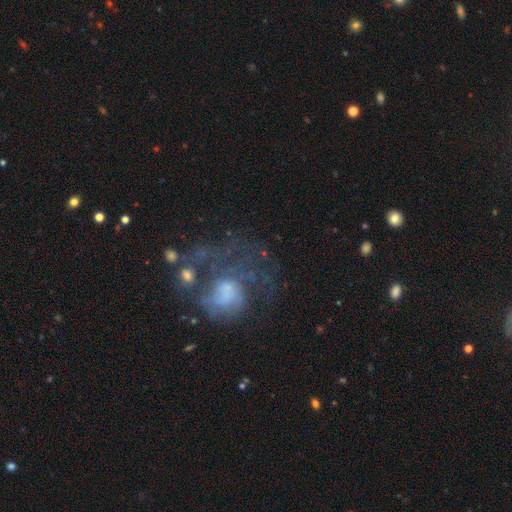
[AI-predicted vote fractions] A featured or disk galaxy (57%) with no bar (76%), spiral arms (61%) and a moderate central bulge (41%).

Vote fractions:
- Smooth or featured? featured or disk: 57% / smooth: 23% / star or artifact: 20%
- Edge-on disk? no: 97% / yes: 3%
- Bar? no: 76% / weak: 20% / strong: 4%
- Spiral arms? yes: 61% / no: 39%
- Bulge size? moderate: 41% / small: 27% / none: 14% / large: 14% / dominant: 3%
- Merging? none: 43% / major disturbance: 33% / minor disturbance: 16% / merger: 7%